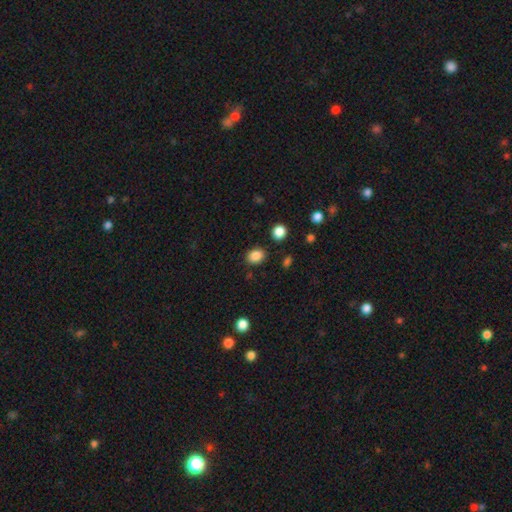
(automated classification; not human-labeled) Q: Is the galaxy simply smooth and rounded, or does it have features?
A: smooth — 86%.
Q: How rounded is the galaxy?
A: in between — 50%.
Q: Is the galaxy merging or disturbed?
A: none — 84%.